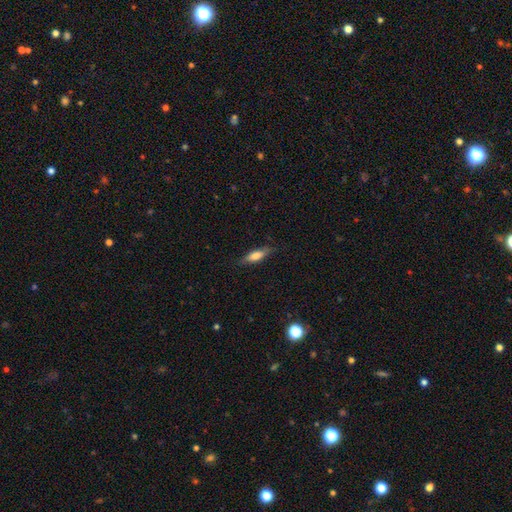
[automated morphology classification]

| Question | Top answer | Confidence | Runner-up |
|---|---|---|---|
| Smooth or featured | smooth | 66% | featured or disk (27%) |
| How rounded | cigar-shaped | 59% | in between (39%) |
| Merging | none | 81% | minor disturbance (15%) |